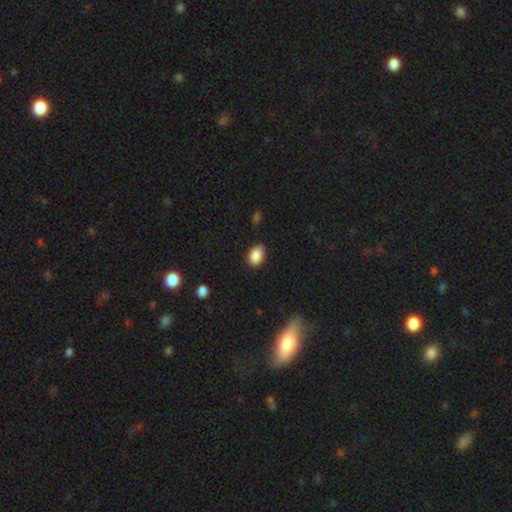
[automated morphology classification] The model was most divided on "merging": none: 72%, minor disturbance: 23%, major disturbance: 3%, merger: 2%. More confident: smooth or featured — smooth (87%); how rounded — in between (81%).